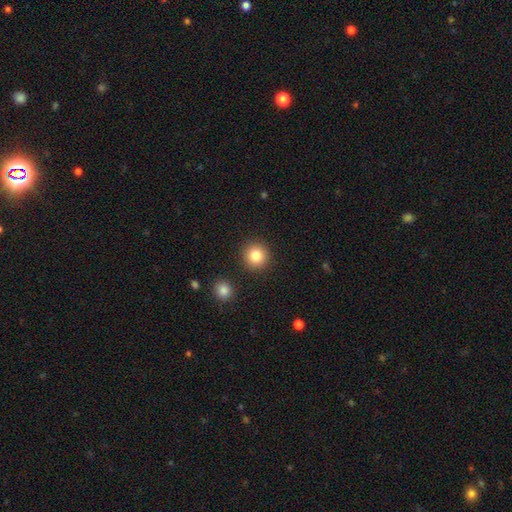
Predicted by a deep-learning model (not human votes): smooth_or_featured: smooth (p=0.84) [alt: star or artifact p=0.10]
how_rounded: round (p=0.93) [alt: in between p=0.06]
merging: none (p=0.89) [alt: minor disturbance p=0.06]